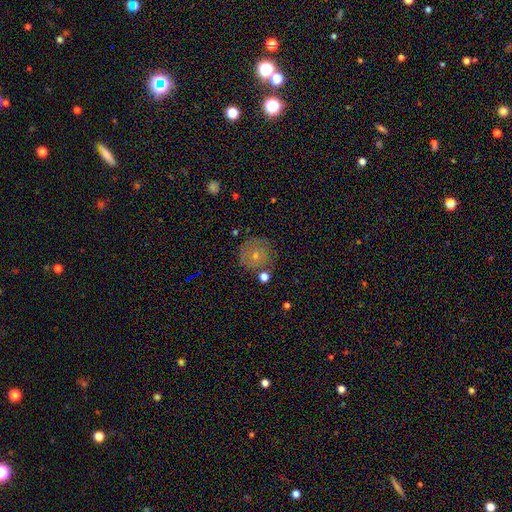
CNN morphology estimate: Smooth or featured? smooth (57%)
How rounded? round (93%)
Merging? none (77%)